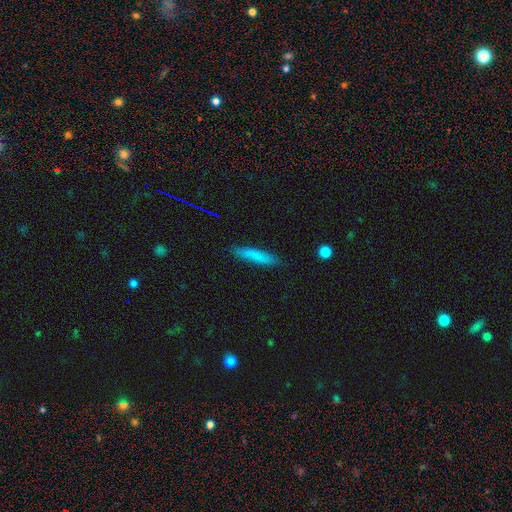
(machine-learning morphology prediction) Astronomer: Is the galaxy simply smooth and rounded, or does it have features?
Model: smooth — 80%.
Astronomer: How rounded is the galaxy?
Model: cigar-shaped — 87%.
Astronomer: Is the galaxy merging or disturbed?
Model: none — 85%.